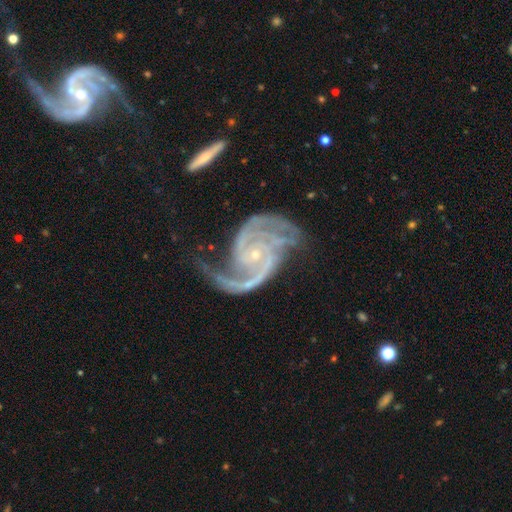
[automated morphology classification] featured or disk 93%, star or artifact 5%, smooth 3%. Down the decision tree: edge-on disk — no (98%); bar — no (63%); spiral arms — yes (98%); spiral arm count — 2 (62%); spiral winding — medium (53%); bulge size — small (85%); merging — none (53%).